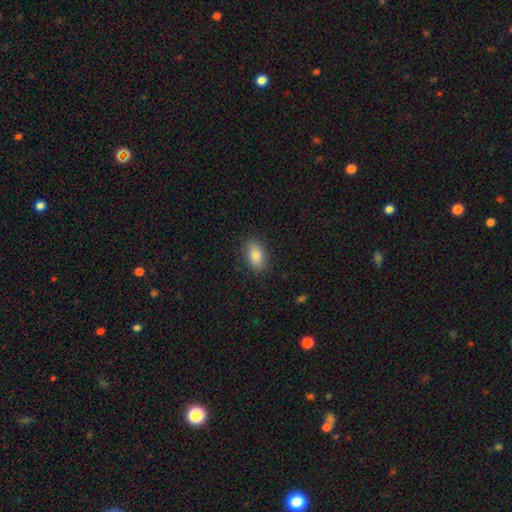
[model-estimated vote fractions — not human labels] Smooth or featured? smooth (85%)
How rounded? in between (89%)
Merging? none (86%)